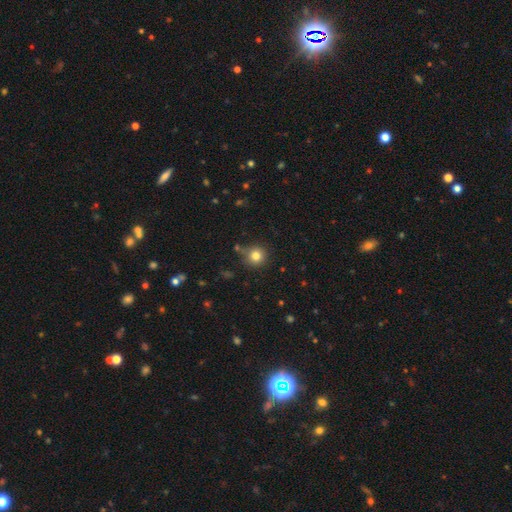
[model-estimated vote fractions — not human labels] A smooth galaxy with no disk features (80%) that is round (94%).

Vote fractions:
- Smooth or featured? smooth: 80% / star or artifact: 13% / featured or disk: 7%
- How rounded? round: 94% / in between: 5% / cigar-shaped: 1%
- Merging? none: 81% / minor disturbance: 11% / merger: 5% / major disturbance: 3%